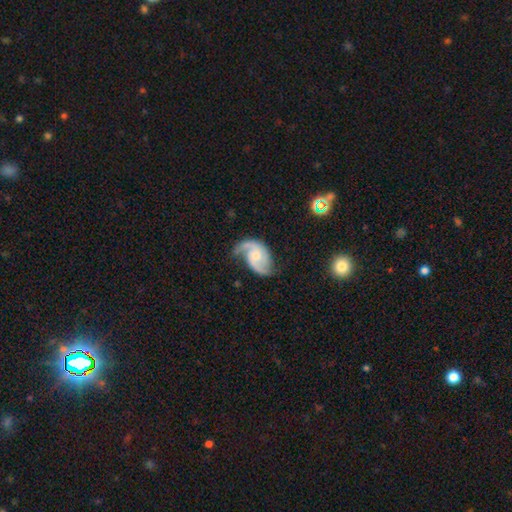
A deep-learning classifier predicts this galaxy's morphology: type=featured or disk (88%); edge-on=no (98%); bar=no (59%); spiral arms=yes (97%); winding=medium (50%); arm count=2 (89%); bulge=small (50%); merging=none (66%).